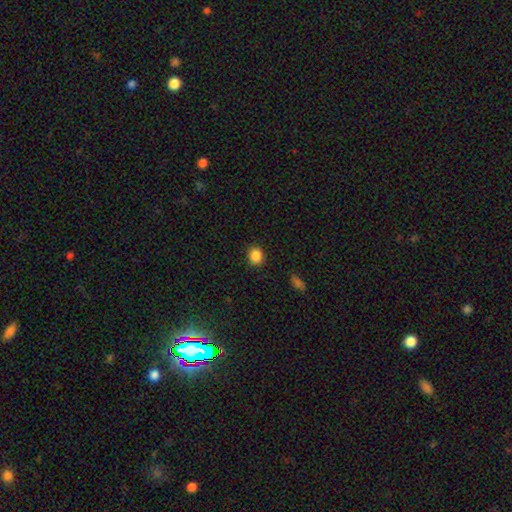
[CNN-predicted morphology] A smooth galaxy with no disk features (86%) that is round (69%).

Vote fractions:
- Smooth or featured? smooth: 86% / star or artifact: 10% / featured or disk: 3%
- How rounded? round: 69% / in between: 30% / cigar-shaped: 1%
- Merging? none: 87% / minor disturbance: 10% / major disturbance: 2% / merger: 1%